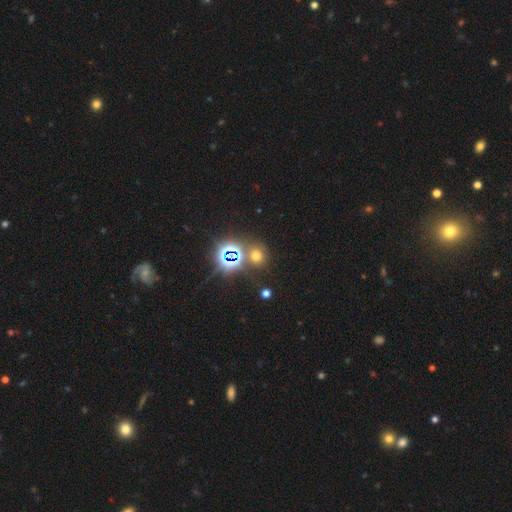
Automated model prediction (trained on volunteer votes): smooth-or-featured: smooth: 51% | star or artifact: 41% | featured or disk: 7%
  how-rounded: round: 82% | in between: 17% | cigar-shaped: 1%
  merging: none: 76% | merger: 12% | minor disturbance: 9% | major disturbance: 4%